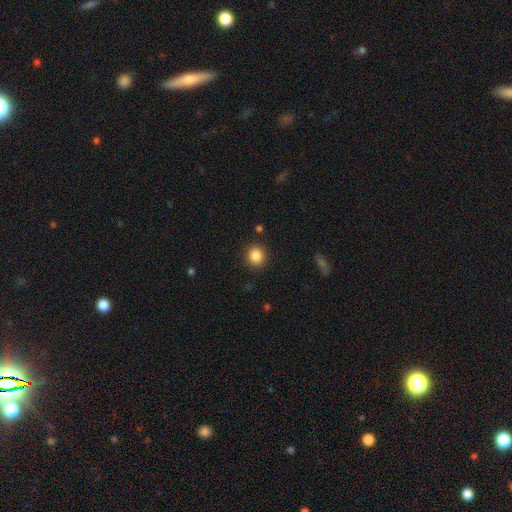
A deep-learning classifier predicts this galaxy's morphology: type=smooth (86%); roundness=round (86%); merging=none (90%).